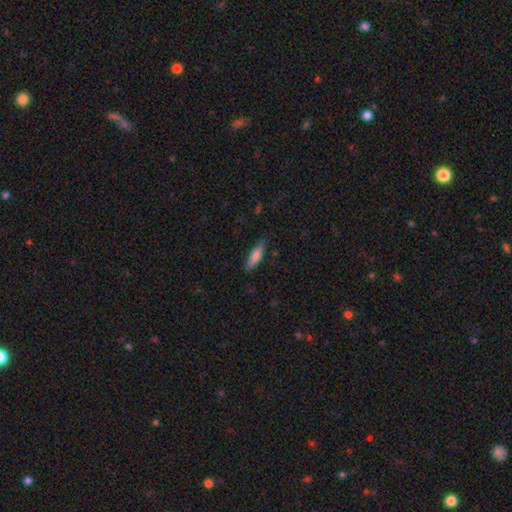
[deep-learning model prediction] Q: Smooth or featured?
A: smooth (75%); runner-up: featured or disk (19%)
Q: How rounded?
A: cigar-shaped (60%); runner-up: in between (38%)
Q: Merging?
A: none (80%); runner-up: minor disturbance (16%)